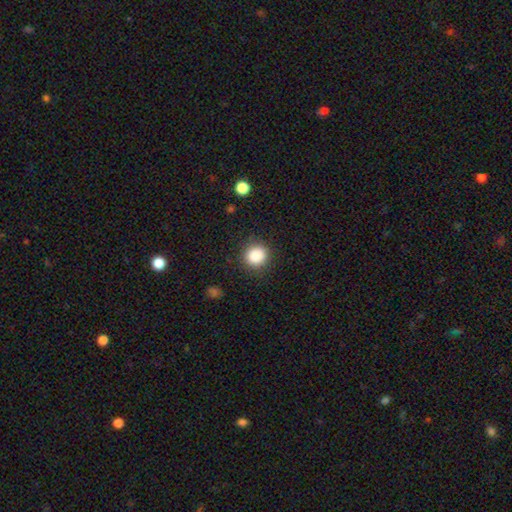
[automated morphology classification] This appears to be a smooth galaxy with no disk features (87%) that is round (89%). Merging: none (87%).